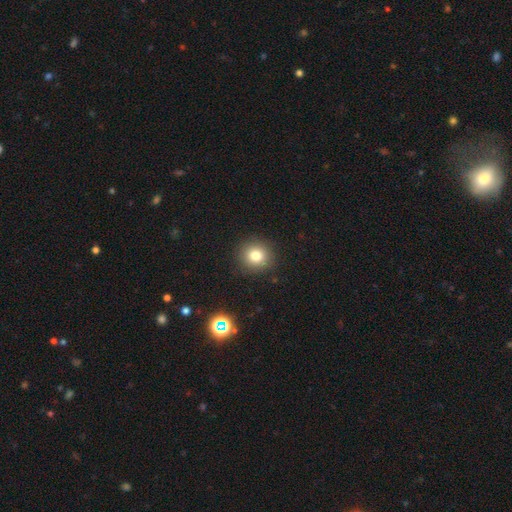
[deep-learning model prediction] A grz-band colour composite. It shows a smooth galaxy with no disk features (80%) that is round (90%). Merging: none (89%).